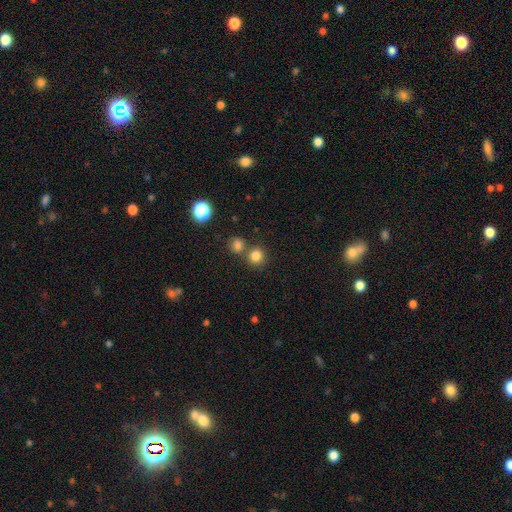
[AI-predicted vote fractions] Smooth or featured? Predicted: smooth (p=0.81). How rounded? Predicted: round (p=0.89). Merging? Predicted: none (p=0.67).